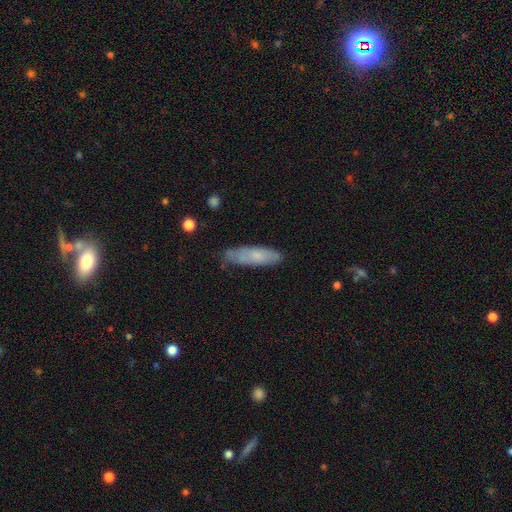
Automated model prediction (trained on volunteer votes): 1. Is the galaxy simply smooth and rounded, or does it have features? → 67% smooth, 26% featured or disk, 7% star or artifact.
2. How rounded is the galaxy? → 58% cigar-shaped, 41% in between, 2% round.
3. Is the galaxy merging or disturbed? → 65% none, 27% minor disturbance, 6% major disturbance, 2% merger.